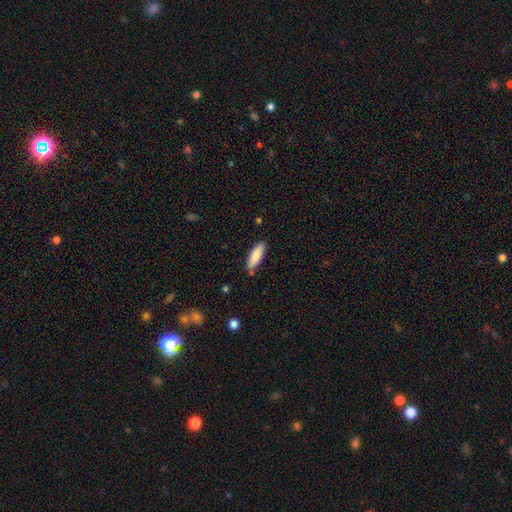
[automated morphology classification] The model was most divided on "how rounded": in between: 51%, cigar-shaped: 47%, round: 2%. More confident: smooth or featured — smooth (83%); merging — none (83%).